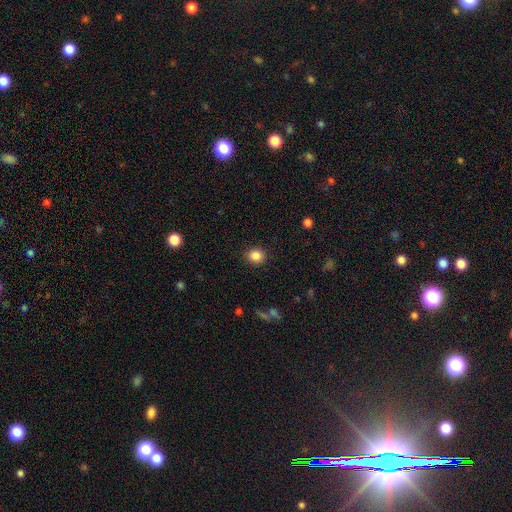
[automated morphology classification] Smooth or featured? Predicted: smooth (p=0.86). How rounded? Predicted: round (p=0.80). Merging? Predicted: none (p=0.90).